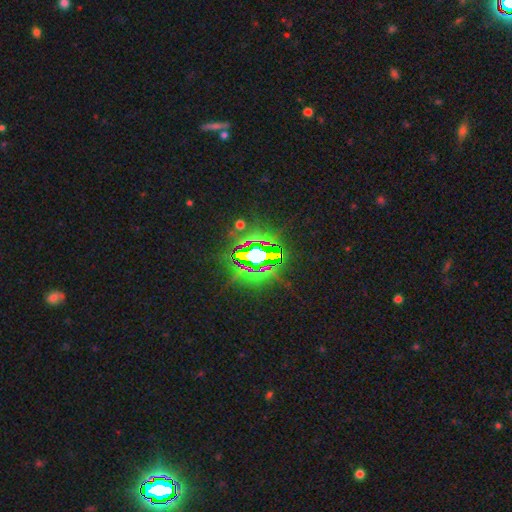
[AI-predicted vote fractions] Smooth or featured? Predicted: star or artifact (p=0.80).